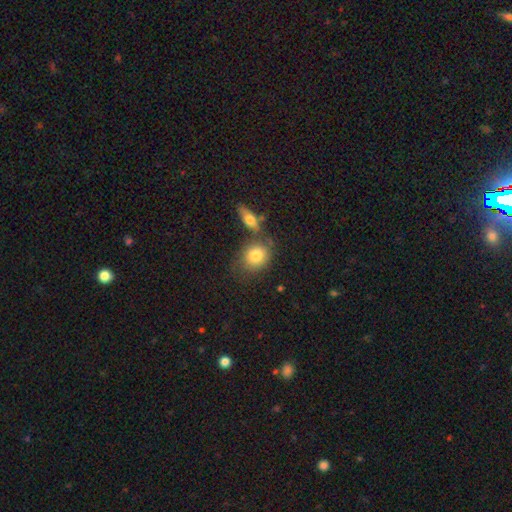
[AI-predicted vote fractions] smooth 79%, featured or disk 12%, star or artifact 8%. Down the decision tree: how rounded — round (56%); merging — none (57%).